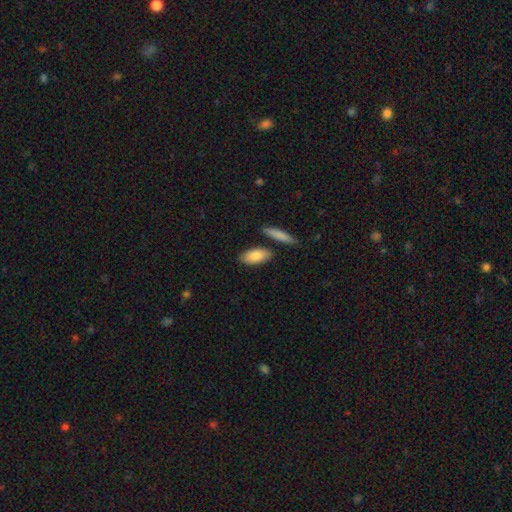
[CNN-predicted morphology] A smooth galaxy with no disk features (86%) that is in between round and cigar-shaped (86%). Merging: none (79%).